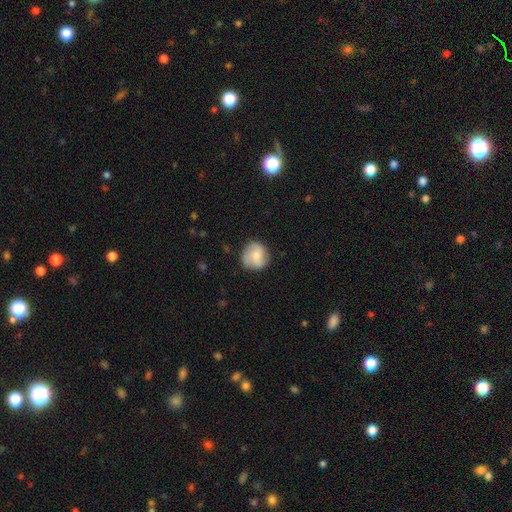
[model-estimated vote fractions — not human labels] A smooth galaxy with no disk features (56%) that is round (87%).

Vote fractions:
- Smooth or featured? smooth: 56% / featured or disk: 38% / star or artifact: 7%
- How rounded? round: 87% / in between: 12% / cigar-shaped: 1%
- Merging? none: 77% / minor disturbance: 17% / major disturbance: 5% / merger: 1%